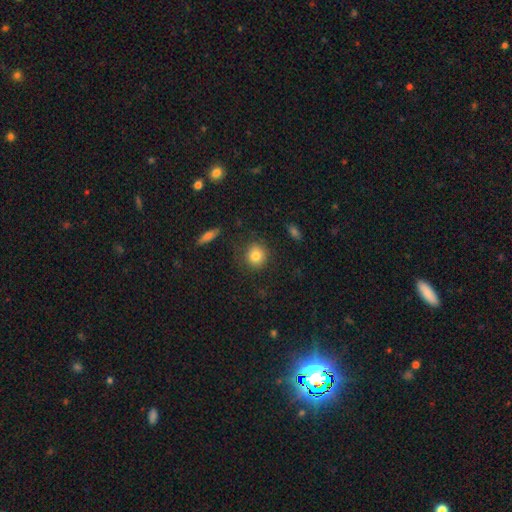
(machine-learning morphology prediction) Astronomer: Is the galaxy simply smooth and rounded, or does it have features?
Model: smooth — 82%.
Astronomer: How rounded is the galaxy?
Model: round — 87%.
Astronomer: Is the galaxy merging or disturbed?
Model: none — 83%.